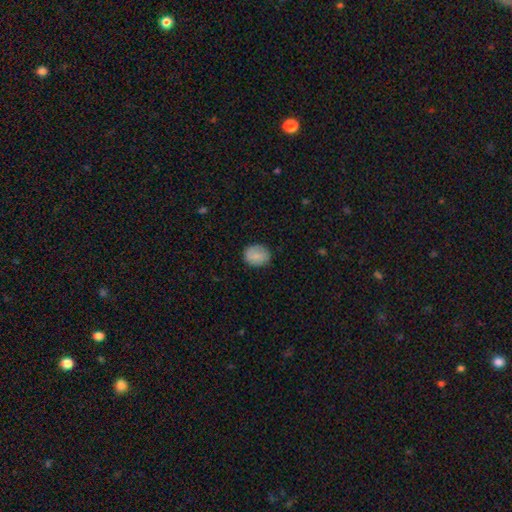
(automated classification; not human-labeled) A smooth galaxy with no disk features (83%) that is round (62%).

Vote fractions:
- Smooth or featured? smooth: 83% / featured or disk: 10% / star or artifact: 7%
- How rounded? round: 62% / in between: 37% / cigar-shaped: 1%
- Merging? none: 83% / minor disturbance: 14% / major disturbance: 3% / merger: 1%